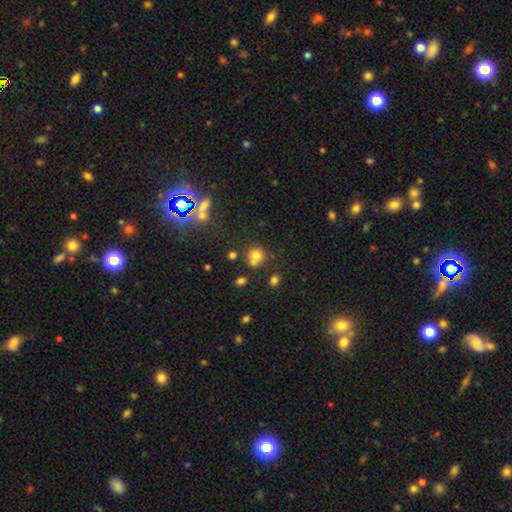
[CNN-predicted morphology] Smooth or featured: smooth — 72% (star or artifact — 17%)
How rounded: round — 81% (in between — 17%)
Merging: none — 54% (merger — 27%)